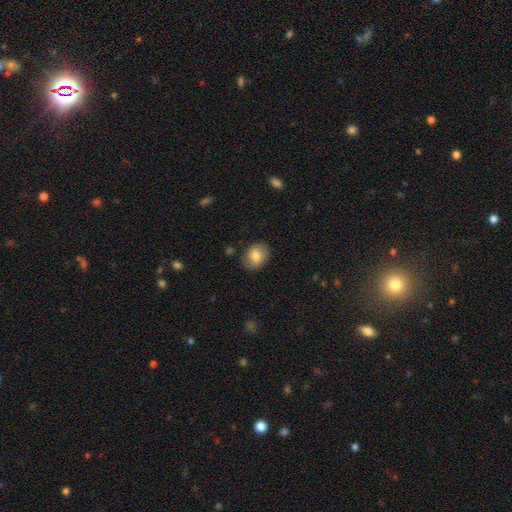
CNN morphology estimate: Smooth or featured? Predicted: smooth (p=0.78). How rounded? Predicted: in between (p=0.63). Merging? Predicted: none (p=0.83).